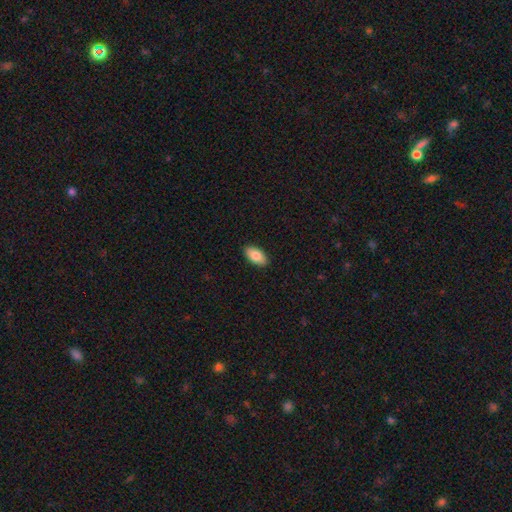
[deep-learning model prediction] smooth_or_featured: smooth (p=0.85) [alt: featured or disk p=0.09]
how_rounded: in between (p=0.94) [alt: cigar-shaped p=0.04]
merging: none (p=0.90) [alt: minor disturbance p=0.07]